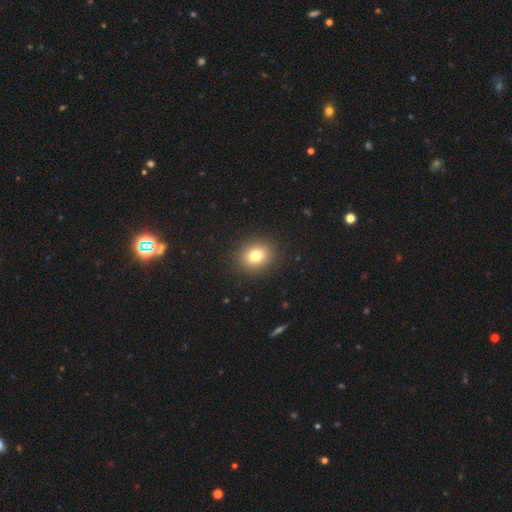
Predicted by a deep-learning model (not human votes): Smooth or featured? Predicted: smooth (p=0.78). How rounded? Predicted: round (p=0.70). Merging? Predicted: none (p=0.91).